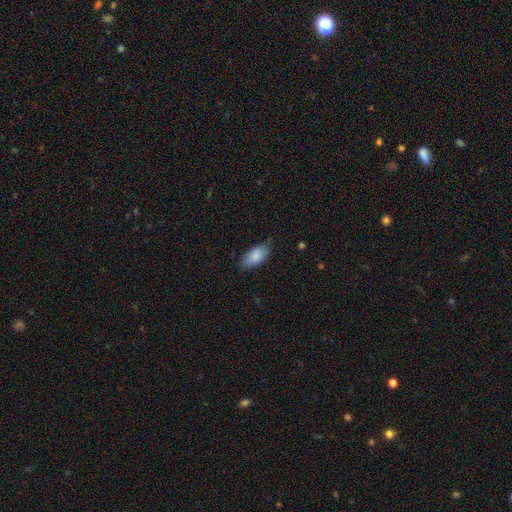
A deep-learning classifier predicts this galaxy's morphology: A smooth galaxy with no disk features (86%) that is in between round and cigar-shaped (92%). Merging: none (76%).